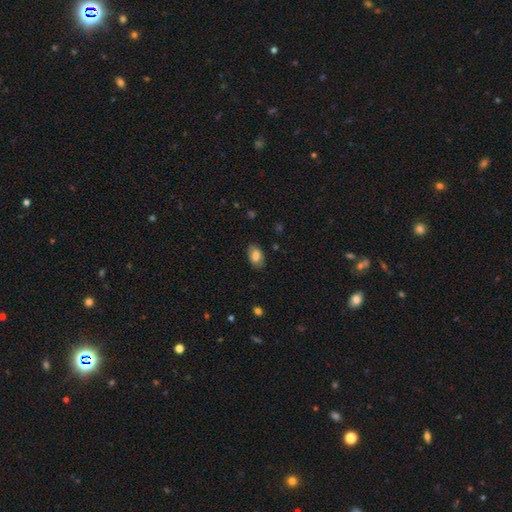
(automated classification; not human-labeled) Smooth or featured? Predicted: smooth (p=0.73). How rounded? Predicted: in between (p=0.91). Merging? Predicted: none (p=0.81).